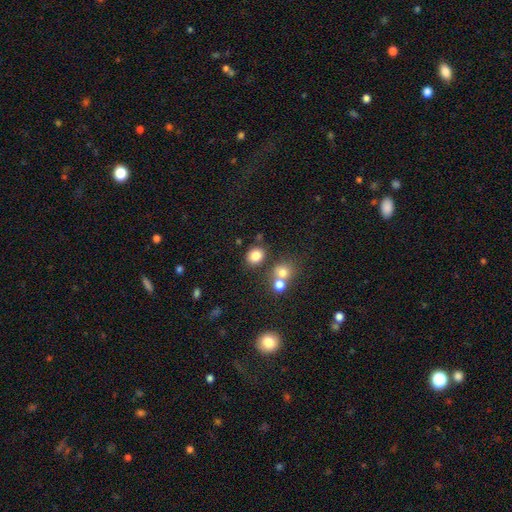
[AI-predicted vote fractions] smooth_or_featured: smooth (p=0.81) [alt: star or artifact p=0.12]
how_rounded: round (p=0.61) [alt: in between p=0.38]
merging: none (p=0.73) [alt: merger p=0.13]